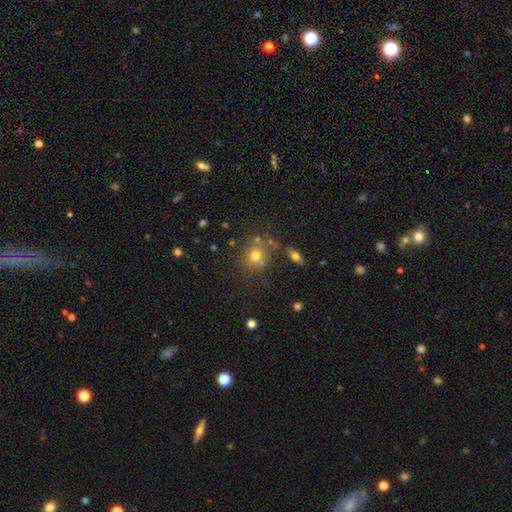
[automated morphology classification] Q: Smooth or featured?
A: smooth (71%); runner-up: star or artifact (17%)
Q: How rounded?
A: round (78%); runner-up: in between (21%)
Q: Merging?
A: none (69%); runner-up: merger (14%)